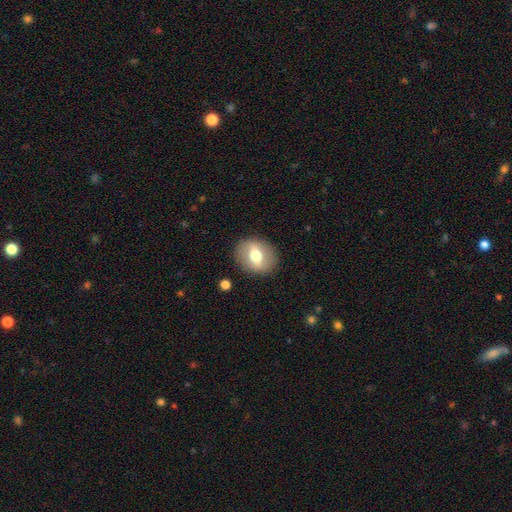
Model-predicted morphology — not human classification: Smooth or featured? smooth (54%)
How rounded? round (51%)
Merging? none (87%)